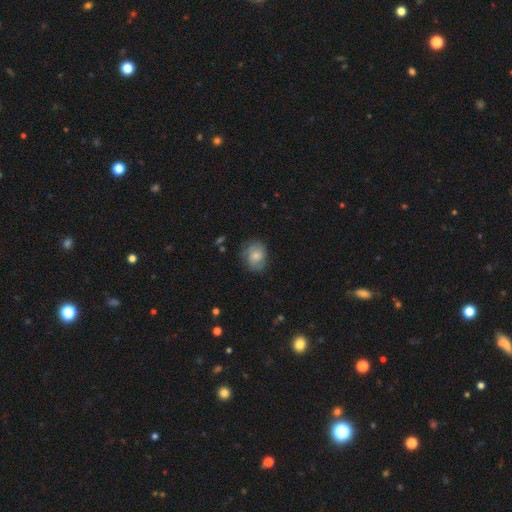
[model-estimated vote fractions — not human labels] Smooth or featured? Predicted: smooth (p=0.49). Merging? Predicted: none (p=0.71).